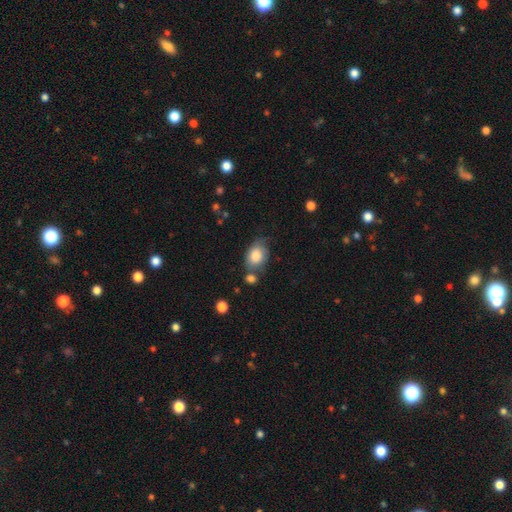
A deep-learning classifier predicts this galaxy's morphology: smooth 81%, featured or disk 12%, star or artifact 7%. Down the decision tree: how rounded — in between (75%); merging — none (48%).